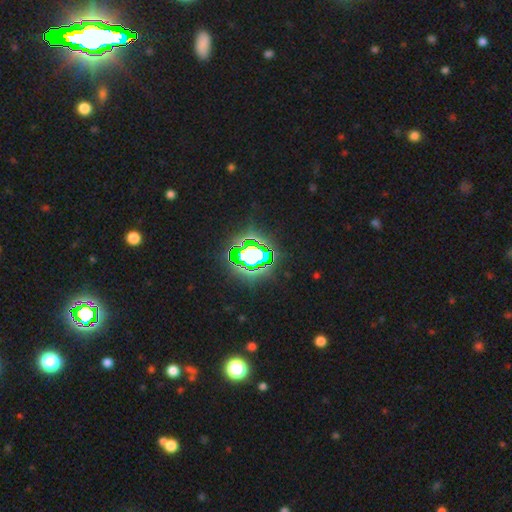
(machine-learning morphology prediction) Smooth or featured? star or artifact (71%)